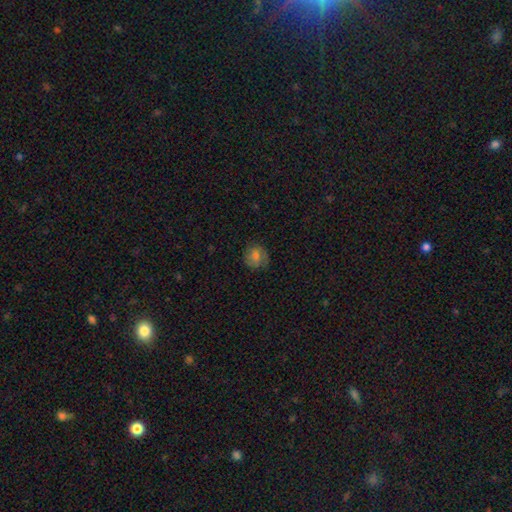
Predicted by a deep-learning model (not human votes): Morphology: type=smooth (69%); roundness=round (83%); merging=none (77%).